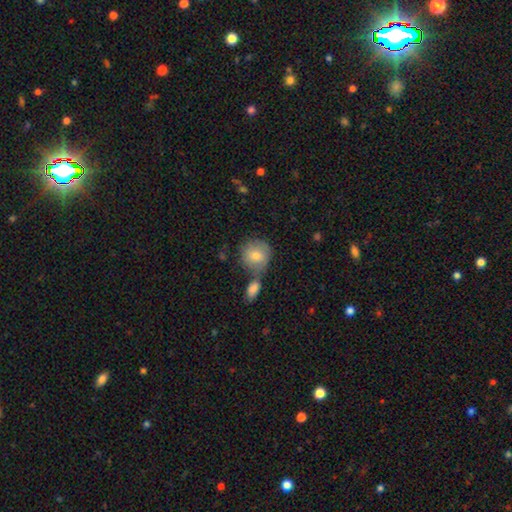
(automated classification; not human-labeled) smooth-or-featured: smooth: 78% | featured or disk: 15% | star or artifact: 7%
  how-rounded: round: 85% | in between: 13% | cigar-shaped: 1%
  merging: none: 49% | merger: 31% | minor disturbance: 14% | major disturbance: 5%